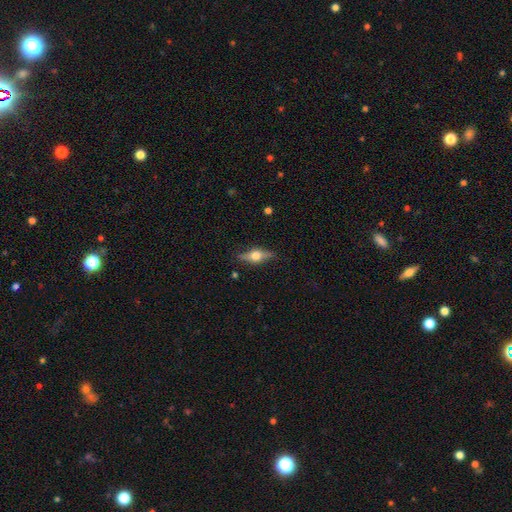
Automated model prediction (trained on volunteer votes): smooth-or-featured: featured or disk: 61% | smooth: 32% | star or artifact: 7%
  disk-edge-on: yes: 93% | no: 7%
    edge-on-bulge: rounded: 95% | boxy: 3% | none: 1%
  merging: none: 84% | minor disturbance: 12% | major disturbance: 3% | merger: 1%